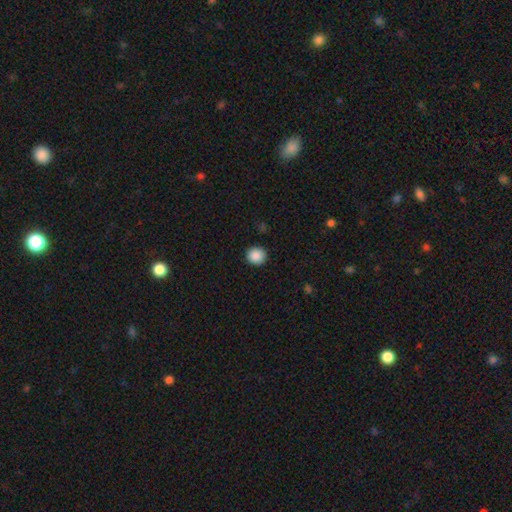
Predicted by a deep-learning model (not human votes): smooth-or-featured: smooth: 89% | star or artifact: 9% | featured or disk: 3%
  how-rounded: round: 92% | in between: 7% | cigar-shaped: 1%
  merging: none: 92% | minor disturbance: 5% | major disturbance: 2% | merger: 1%